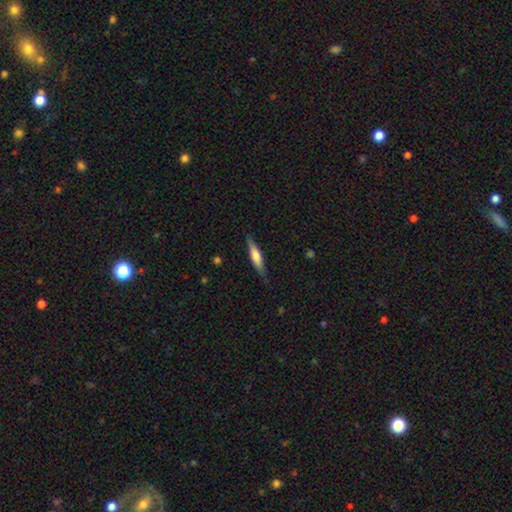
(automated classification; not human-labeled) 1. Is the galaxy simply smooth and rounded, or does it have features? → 55% smooth, 39% featured or disk, 6% star or artifact.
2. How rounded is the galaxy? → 84% cigar-shaped, 14% in between, 2% round.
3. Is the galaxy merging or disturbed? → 84% none, 12% minor disturbance, 2% major disturbance, 1% merger.